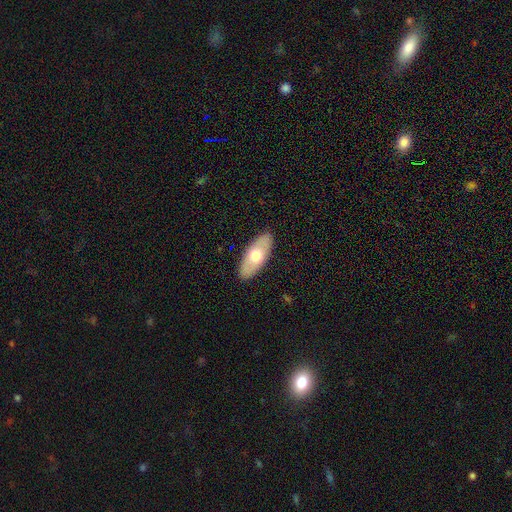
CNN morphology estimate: Smooth or featured? smooth (61%)
How rounded? in between (84%)
Merging? none (89%)